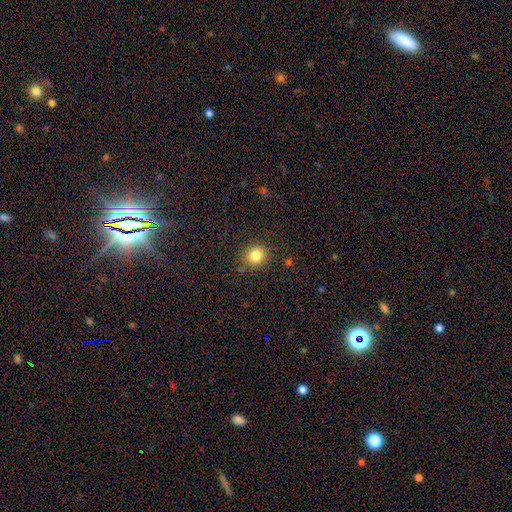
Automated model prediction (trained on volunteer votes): The model was most divided on "smooth or featured": smooth: 82%, star or artifact: 12%, featured or disk: 6%. More confident: how rounded — round (86%); merging — none (83%).